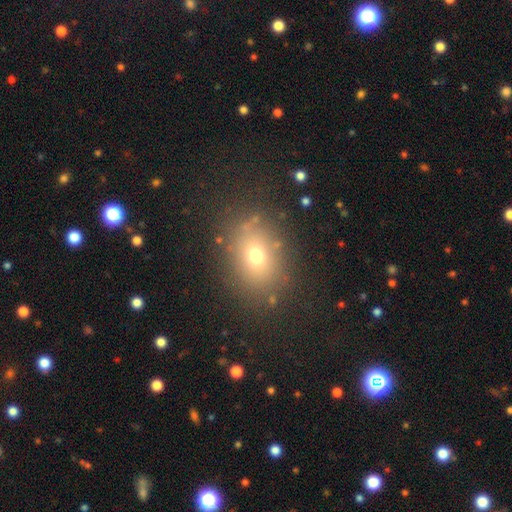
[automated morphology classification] Overall: smooth (68%). How rounded: in between (61%; round 38%). Merging: none (81%).